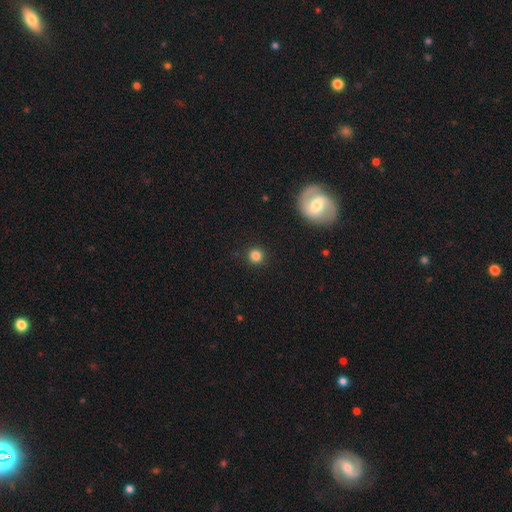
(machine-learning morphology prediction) This is clearly a smooth galaxy (83%). How rounded: clearly round (93%). Merging: clearly none (92%).